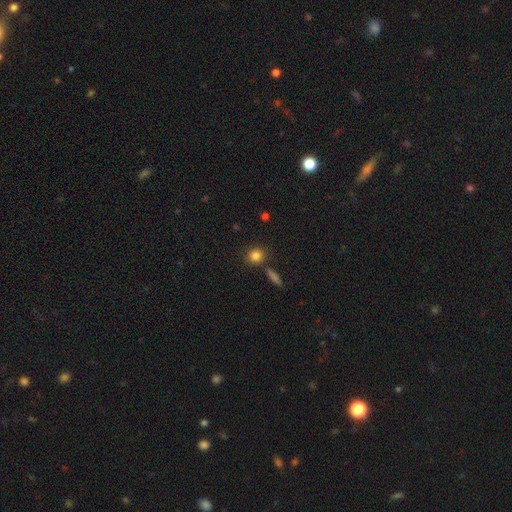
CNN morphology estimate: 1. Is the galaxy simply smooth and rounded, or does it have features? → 83% smooth, 11% star or artifact, 7% featured or disk.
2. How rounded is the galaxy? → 82% round, 16% in between, 2% cigar-shaped.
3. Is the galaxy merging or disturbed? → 79% none, 9% minor disturbance, 9% merger, 3% major disturbance.